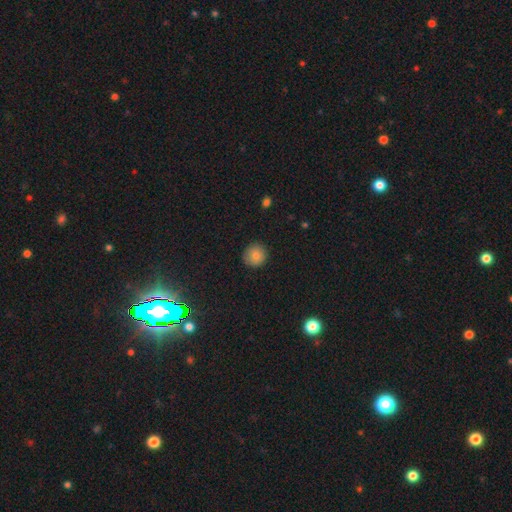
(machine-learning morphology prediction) smooth-or-featured: smooth: 82% | star or artifact: 11% | featured or disk: 7%
  how-rounded: round: 93% | in between: 6% | cigar-shaped: 1%
  merging: none: 89% | minor disturbance: 8% | major disturbance: 2% | merger: 1%